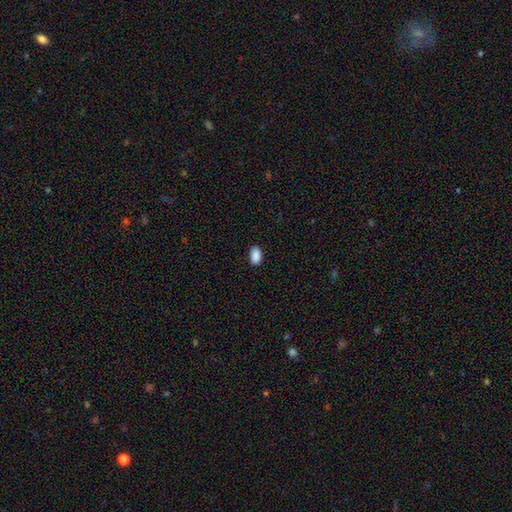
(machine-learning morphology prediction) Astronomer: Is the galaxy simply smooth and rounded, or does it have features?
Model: smooth — 90%.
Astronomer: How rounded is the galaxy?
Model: in between — 92%.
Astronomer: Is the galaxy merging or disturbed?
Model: none — 88%.